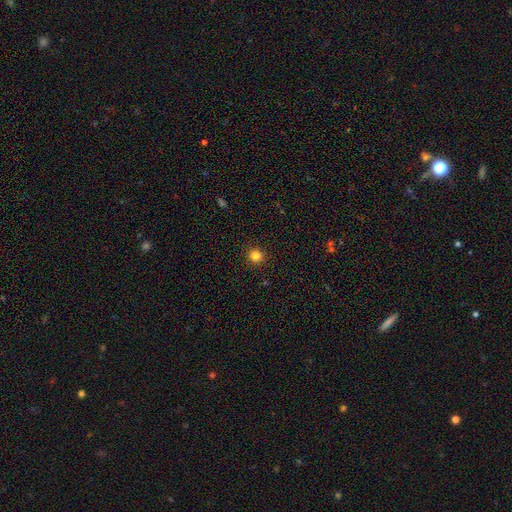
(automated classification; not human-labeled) Smooth or featured? Predicted: smooth (p=0.82). How rounded? Predicted: round (p=0.95). Merging? Predicted: none (p=0.92).